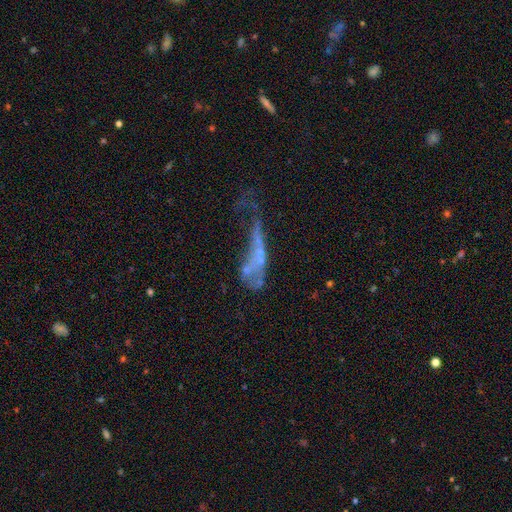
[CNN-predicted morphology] Smooth or featured? featured or disk (52%)
Edge-on disk? no (77%)
Merging? major disturbance (45%)